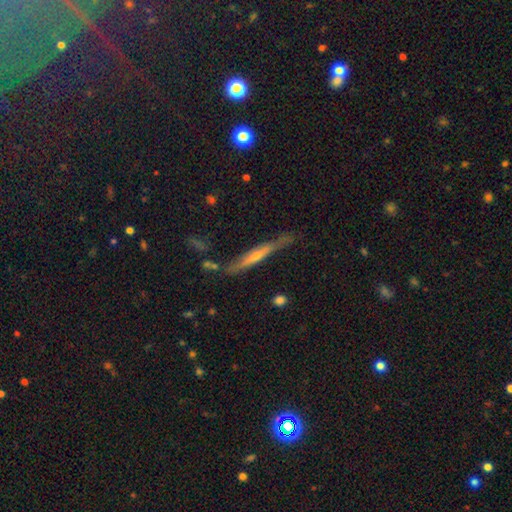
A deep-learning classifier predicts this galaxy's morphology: A featured or disk galaxy (63%) viewed edge-on (92%) with a rounded central bulge (59%). Merging: none (73%).